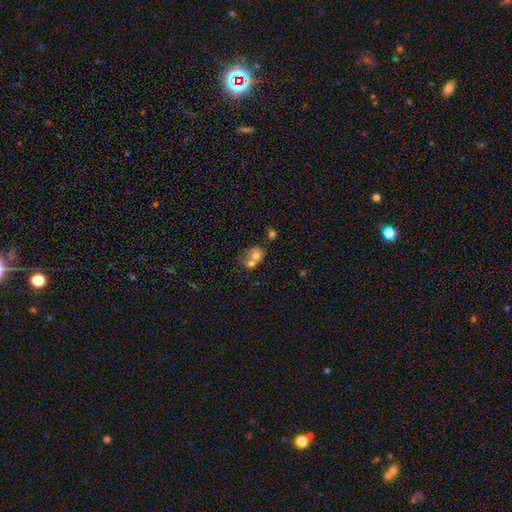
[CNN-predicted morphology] smooth-or-featured: smooth: 69% | featured or disk: 21% | star or artifact: 10%
  how-rounded: round: 53% | in between: 46% | cigar-shaped: 1%
  merging: merger: 63% | none: 22% | minor disturbance: 9% | major disturbance: 7%